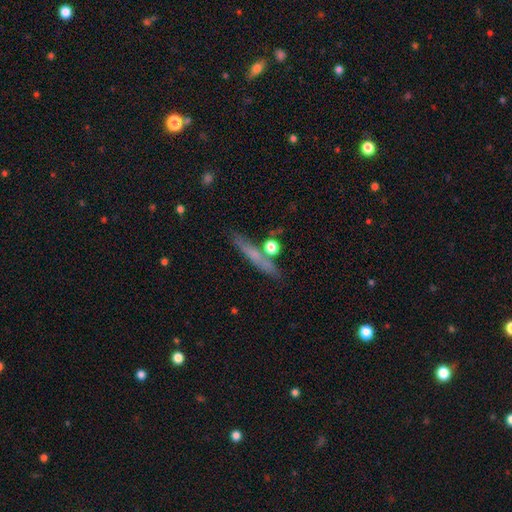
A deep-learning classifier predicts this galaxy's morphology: A smooth galaxy with no disk features (50%) that is cigar-shaped (87%). Merging: none (78%).